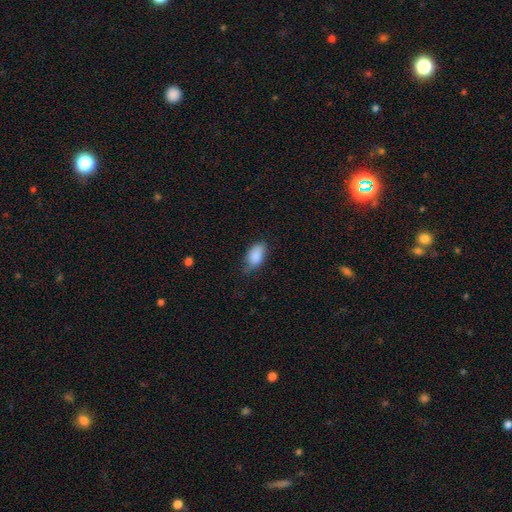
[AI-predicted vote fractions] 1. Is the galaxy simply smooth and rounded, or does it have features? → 87% smooth, 7% star or artifact, 6% featured or disk.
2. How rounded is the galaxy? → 92% in between, 5% round, 3% cigar-shaped.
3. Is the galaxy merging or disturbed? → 59% none, 33% minor disturbance, 7% major disturbance, 2% merger.